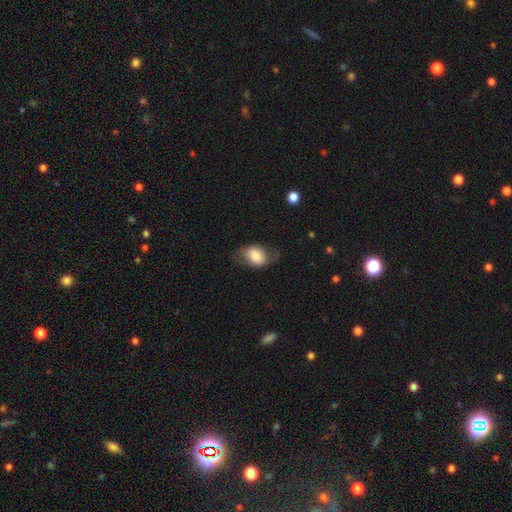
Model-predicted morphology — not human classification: Overall: smooth (72%). How rounded: in between (78%). Merging: none (62%; minor disturbance 23%).